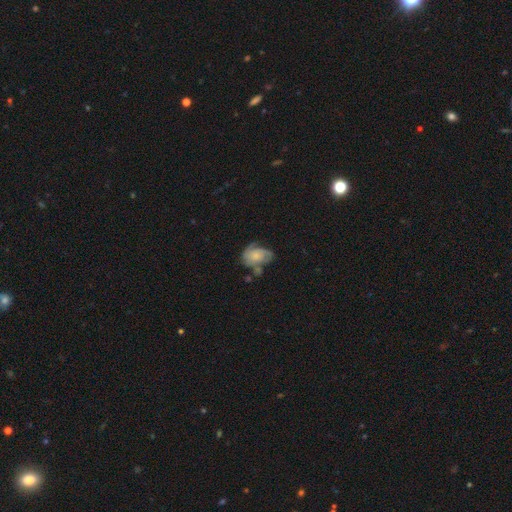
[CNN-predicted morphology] Smooth or featured: featured or disk — 59% (smooth — 34%)
Edge-on disk: no — 97% (yes — 3%)
Bar: no — 77% (weak — 20%)
Spiral arms: yes — 83% (no — 17%)
Bulge size: small — 42% (moderate — 29%)
Merging: none — 42% (minor disturbance — 28%)